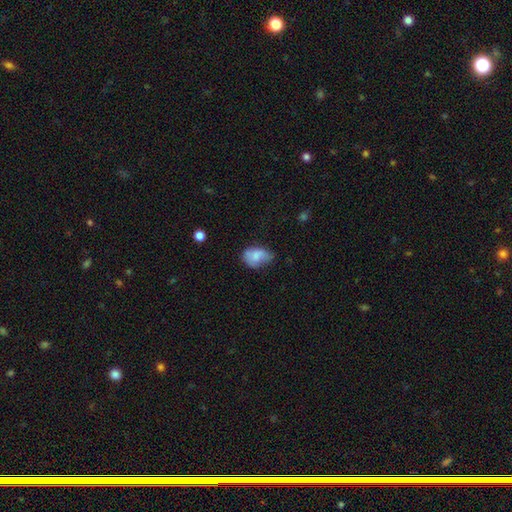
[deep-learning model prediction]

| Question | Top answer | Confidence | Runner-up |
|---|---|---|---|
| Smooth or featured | smooth | 71% | featured or disk (20%) |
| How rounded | in between | 78% | round (20%) |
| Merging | minor disturbance | 41% | none (40%) |